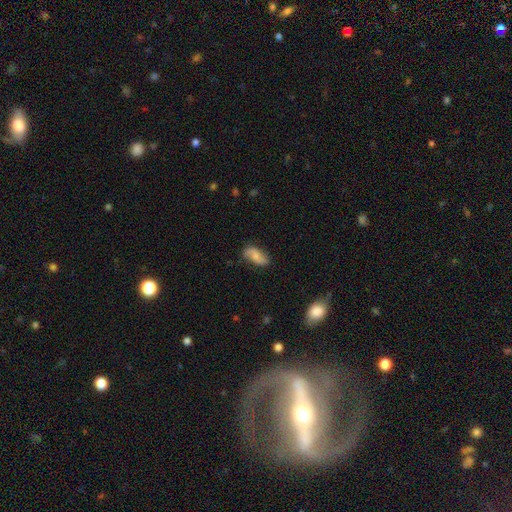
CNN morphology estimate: Smooth or featured: smooth — 49% (featured or disk — 44%)
Merging: none — 73% (minor disturbance — 21%)